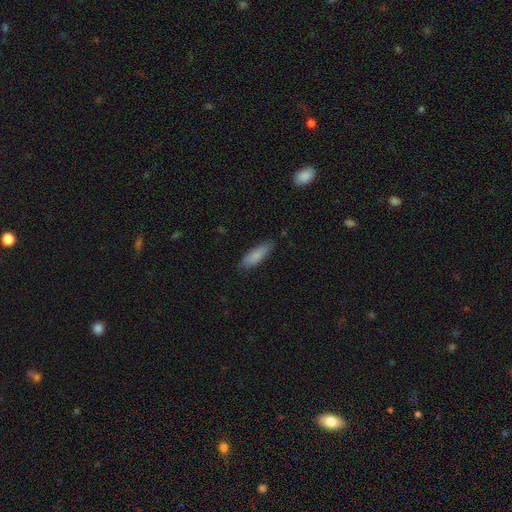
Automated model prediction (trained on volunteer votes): Smooth or featured: smooth — 82% (featured or disk — 12%)
How rounded: cigar-shaped — 53% (in between — 46%)
Merging: none — 80% (minor disturbance — 16%)